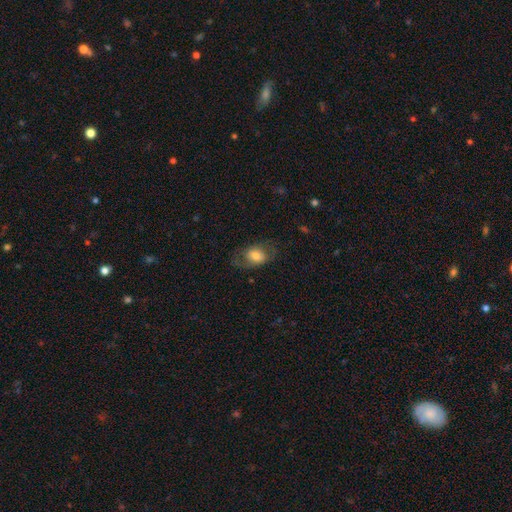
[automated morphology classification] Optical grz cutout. It shows a smooth galaxy with no disk features (64%) that is in between round and cigar-shaped (71%). Merging: none (64%).